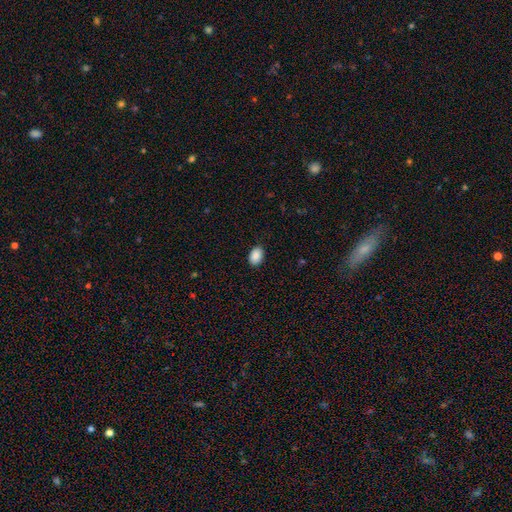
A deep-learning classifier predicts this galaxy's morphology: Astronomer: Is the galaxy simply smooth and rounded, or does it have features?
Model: smooth — 90%.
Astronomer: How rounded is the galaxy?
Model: in between — 84%.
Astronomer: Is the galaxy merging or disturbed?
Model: none — 88%.